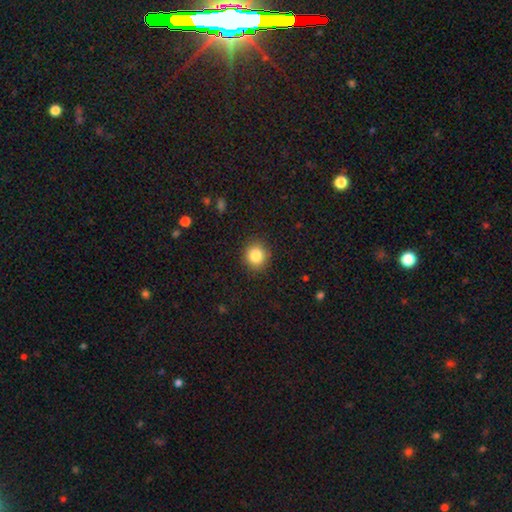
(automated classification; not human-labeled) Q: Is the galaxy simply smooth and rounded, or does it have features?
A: smooth — 84%.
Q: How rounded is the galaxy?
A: round — 88%.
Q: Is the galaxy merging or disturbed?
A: none — 90%.